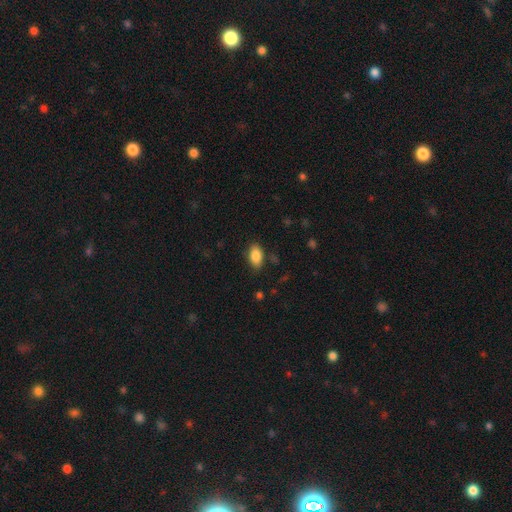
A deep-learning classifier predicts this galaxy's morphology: Smooth or featured: smooth — 87% (star or artifact — 7%)
How rounded: in between — 91% (round — 5%)
Merging: none — 84% (minor disturbance — 12%)